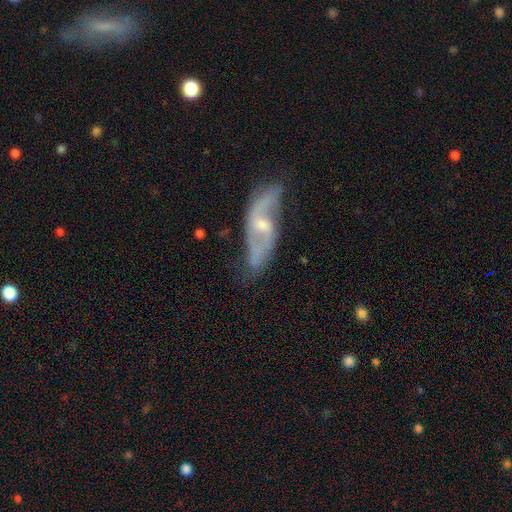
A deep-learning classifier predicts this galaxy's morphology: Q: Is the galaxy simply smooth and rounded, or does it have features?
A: featured or disk — 76%.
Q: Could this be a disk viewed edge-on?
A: no — 90%.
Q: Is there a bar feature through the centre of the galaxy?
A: weak — 48%.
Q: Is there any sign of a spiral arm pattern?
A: yes — 86%.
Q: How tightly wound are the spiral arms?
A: loose — 61%.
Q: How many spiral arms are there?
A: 2 — 87%.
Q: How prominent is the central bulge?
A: moderate — 47%.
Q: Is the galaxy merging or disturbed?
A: none — 58%.